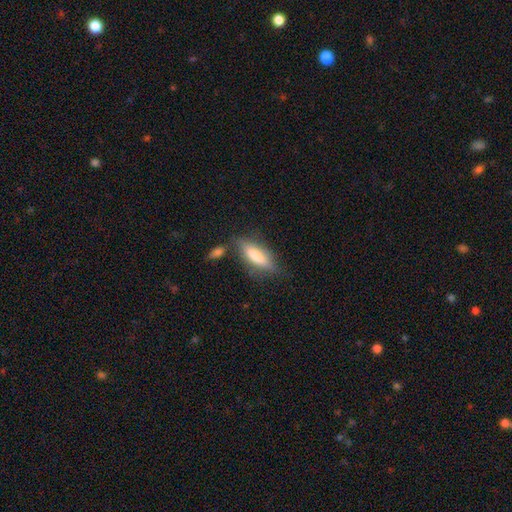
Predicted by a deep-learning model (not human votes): This is likely a smooth galaxy (68%). How rounded: possibly in between (52%). Merging: likely none (67%).